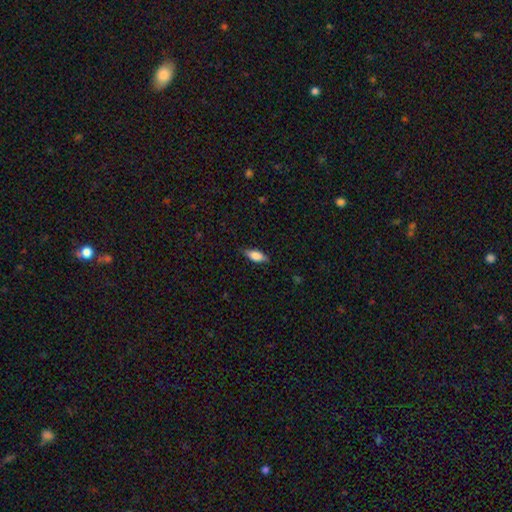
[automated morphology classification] This appears to be a smooth galaxy with no disk features (73%) that is in between round and cigar-shaped (74%). Merging: none (82%).